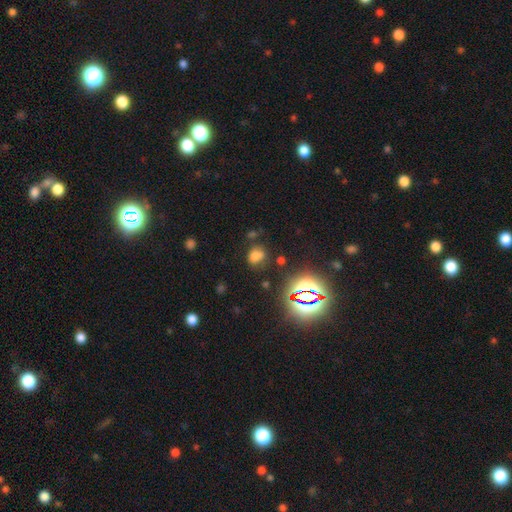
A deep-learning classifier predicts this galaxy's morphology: Smooth or featured: smooth — 63% (star or artifact — 28%)
How rounded: in between — 53% (round — 45%)
Merging: none — 64% (minor disturbance — 19%)